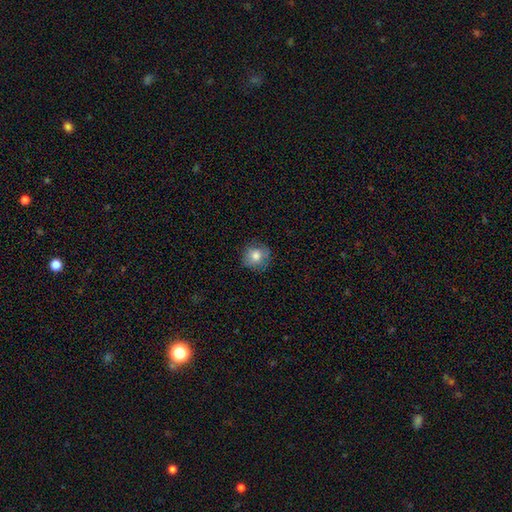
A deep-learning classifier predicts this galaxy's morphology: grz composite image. It shows a smooth galaxy with no disk features (77%) that is round (82%). Merging: none (78%).